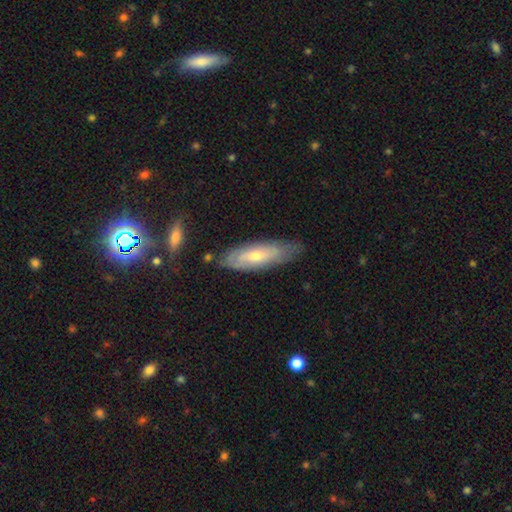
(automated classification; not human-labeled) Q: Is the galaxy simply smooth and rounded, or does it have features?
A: featured or disk — 50%.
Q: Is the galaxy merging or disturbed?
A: none — 70%.